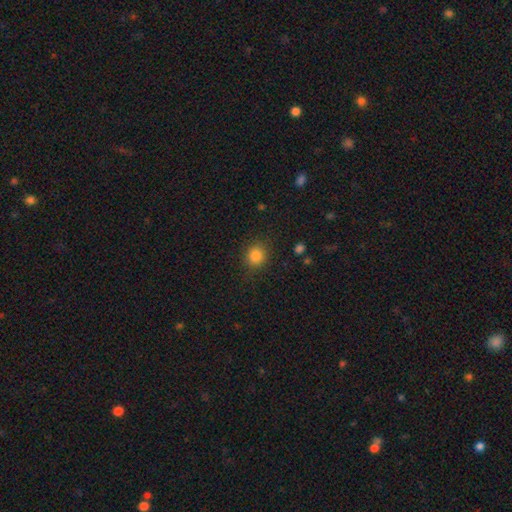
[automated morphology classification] A smooth galaxy with no disk features (85%) that is round (80%).

Vote fractions:
- Smooth or featured? smooth: 85% / star or artifact: 11% / featured or disk: 4%
- How rounded? round: 80% / in between: 19% / cigar-shaped: 1%
- Merging? none: 86% / minor disturbance: 9% / major disturbance: 3% / merger: 1%